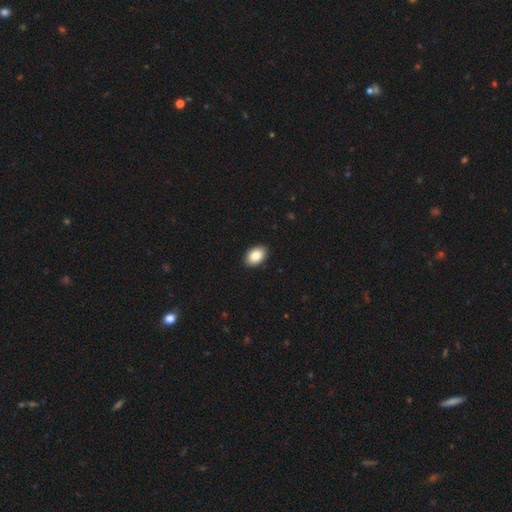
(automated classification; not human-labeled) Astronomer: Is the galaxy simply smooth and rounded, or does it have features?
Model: smooth — 87%.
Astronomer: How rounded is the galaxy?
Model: in between — 88%.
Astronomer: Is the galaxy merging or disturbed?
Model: none — 91%.